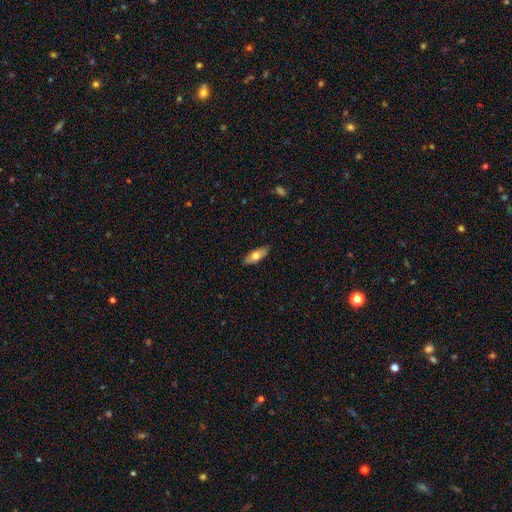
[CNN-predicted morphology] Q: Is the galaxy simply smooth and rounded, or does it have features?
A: smooth — 67%.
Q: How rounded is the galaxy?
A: in between — 74%.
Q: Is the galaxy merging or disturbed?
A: none — 85%.